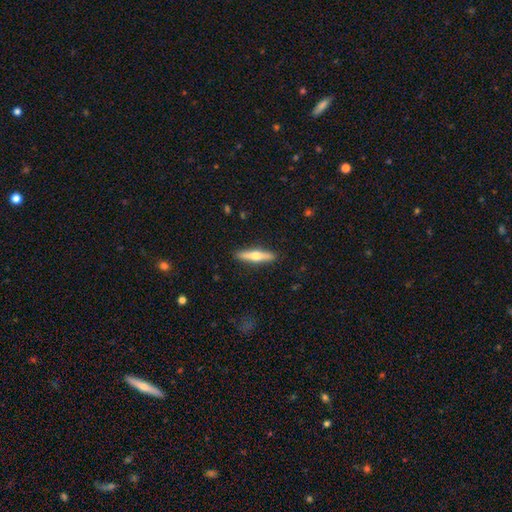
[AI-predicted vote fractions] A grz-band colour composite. It shows a featured or disk galaxy (51%) viewed edge-on (94%). Merging: none (91%).